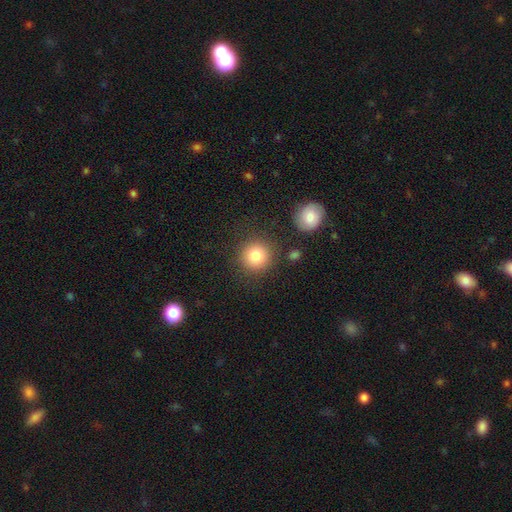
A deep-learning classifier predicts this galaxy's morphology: Smooth or featured: smooth — 84% (star or artifact — 9%)
How rounded: round — 93% (in between — 6%)
Merging: none — 84% (minor disturbance — 8%)